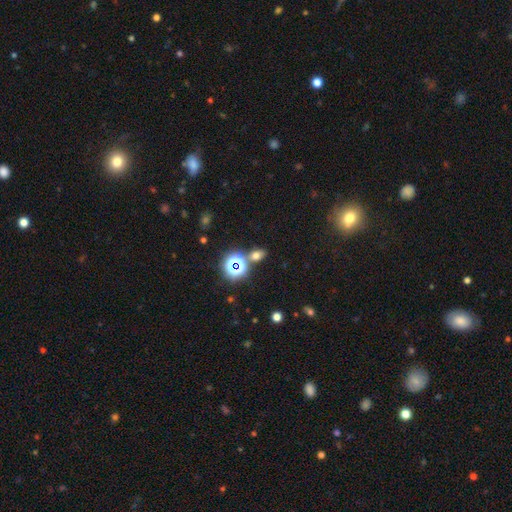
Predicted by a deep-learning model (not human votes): Smooth or featured? smooth (58%)
How rounded? in between (66%)
Merging? none (76%)